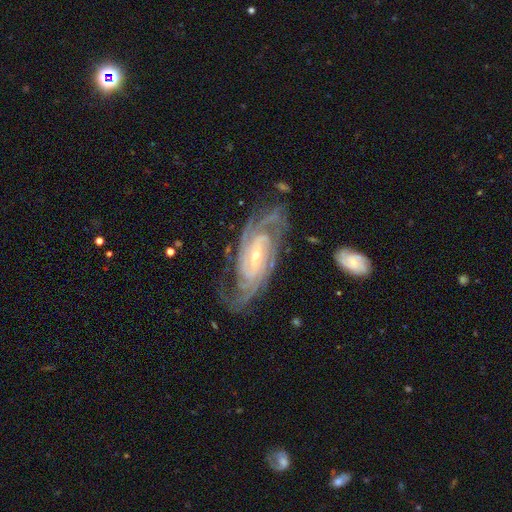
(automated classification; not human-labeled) A featured or disk galaxy (92%) with a weak bar (40%), 3 (27%) tight (68%) spiral arms (98%) and a small central bulge (71%).

Vote fractions:
- Smooth or featured? featured or disk: 92% / star or artifact: 4% / smooth: 3%
- Edge-on disk? no: 95% / yes: 5%
- Bar? weak: 40% / no: 35% / strong: 25%
- Spiral arms? yes: 98% / no: 2%
- Spiral winding? tight: 68% / medium: 28% / loose: 4%
- Spiral arm count? 3: 27% / 4: 26% / 2: 20% / can't tell: 14% / more than 4: 8% / 1: 6%
- Bulge size? small: 71% / moderate: 25% / large: 1% / none: 1% / dominant: 1%
- Merging? none: 73% / minor disturbance: 17% / major disturbance: 8% / merger: 3%